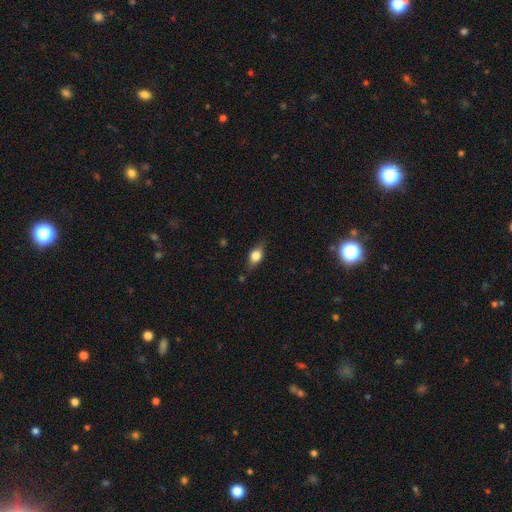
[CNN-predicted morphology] Smooth or featured? Predicted: smooth (p=0.69). How rounded? Predicted: in between (p=0.73). Merging? Predicted: none (p=0.73).